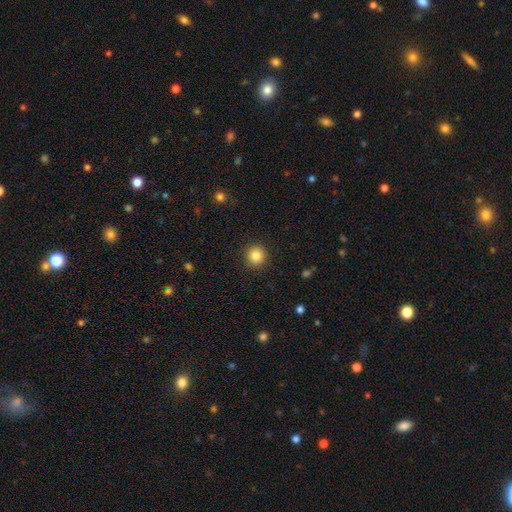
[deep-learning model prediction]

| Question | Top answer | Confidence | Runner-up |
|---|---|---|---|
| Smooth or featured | smooth | 85% | star or artifact (10%) |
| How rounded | round | 94% | in between (5%) |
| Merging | none | 91% | minor disturbance (6%) |